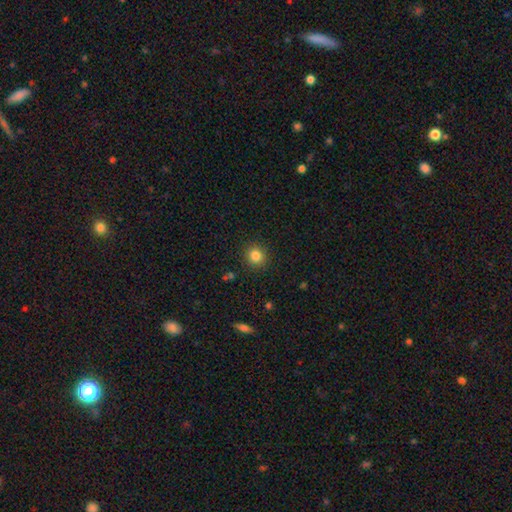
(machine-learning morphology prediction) A smooth galaxy with no disk features (83%) that is round (88%).

Vote fractions:
- Smooth or featured? smooth: 83% / star or artifact: 12% / featured or disk: 5%
- How rounded? round: 88% / in between: 11% / cigar-shaped: 1%
- Merging? none: 90% / minor disturbance: 6% / major disturbance: 2% / merger: 1%